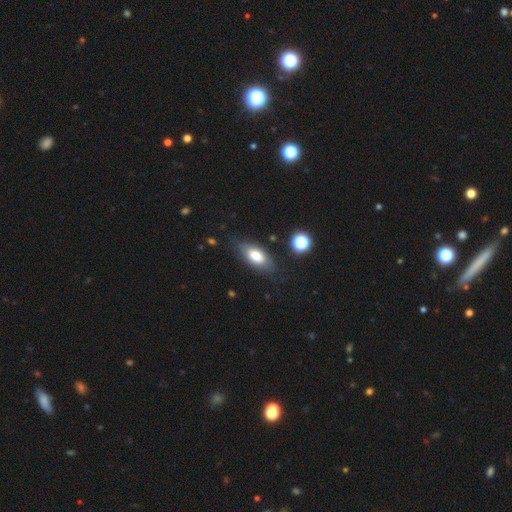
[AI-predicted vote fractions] Morphology: type=smooth (74%); roundness=in between (87%); merging=none (77%).